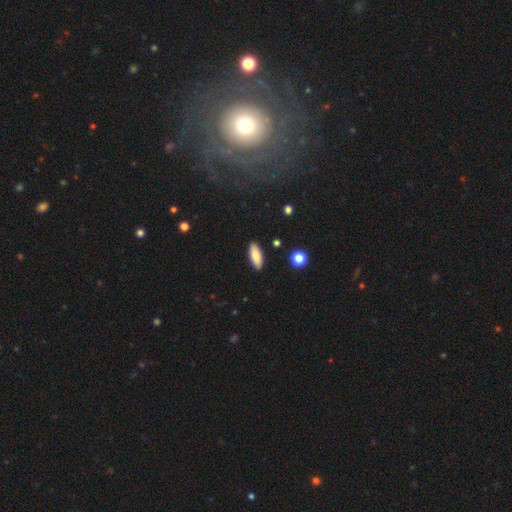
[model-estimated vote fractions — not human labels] Smooth or featured? Predicted: smooth (p=0.83). How rounded? Predicted: in between (p=0.72). Merging? Predicted: none (p=0.89).